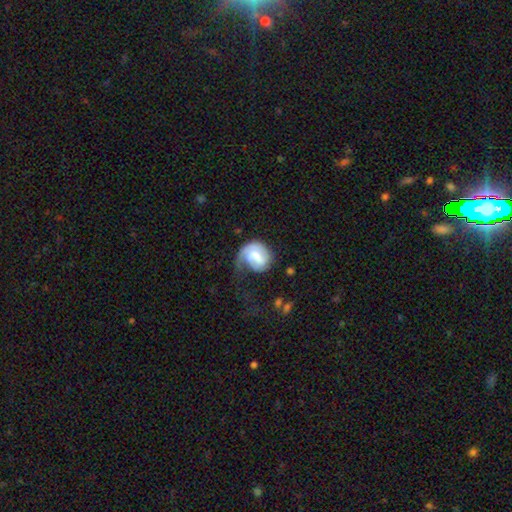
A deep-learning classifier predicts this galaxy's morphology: type=featured or disk (50%); merging=major disturbance (41%).